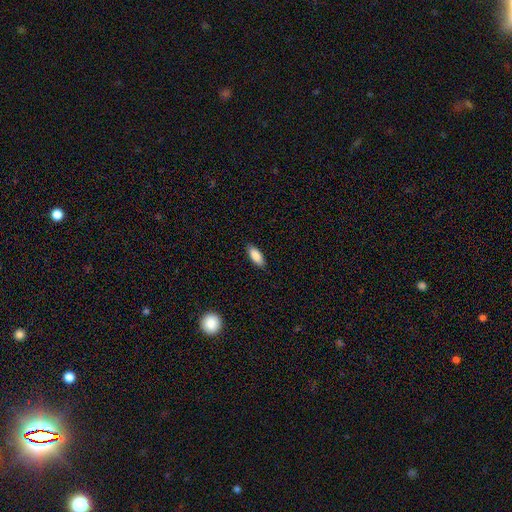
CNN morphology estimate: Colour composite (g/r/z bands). It shows a smooth galaxy with no disk features (87%) that is in between round and cigar-shaped (81%). Merging: none (88%).